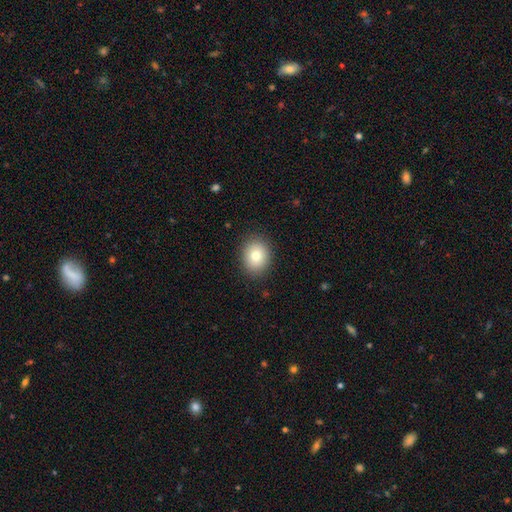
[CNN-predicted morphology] smooth_or_featured: smooth (p=0.79) [alt: featured or disk p=0.11]
how_rounded: round (p=0.55) [alt: in between p=0.44]
merging: none (p=0.89) [alt: minor disturbance p=0.08]